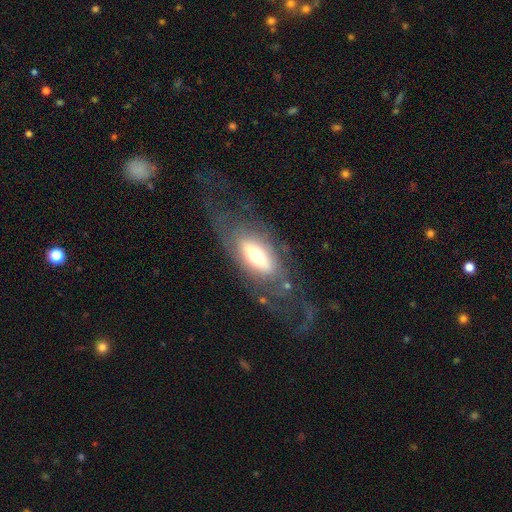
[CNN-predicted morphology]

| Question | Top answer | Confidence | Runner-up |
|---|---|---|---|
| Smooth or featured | featured or disk | 49% | smooth (43%) |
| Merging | none | 57% | major disturbance (22%) |